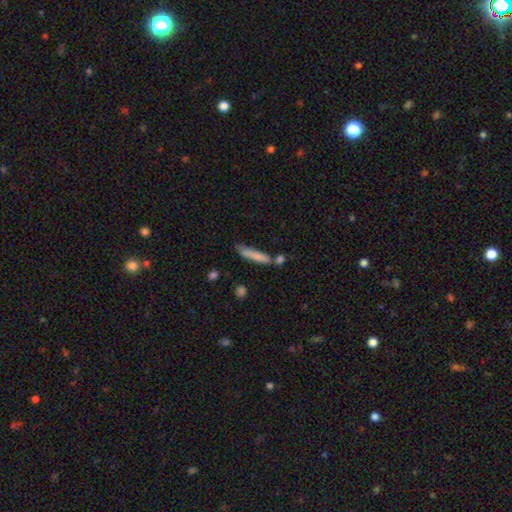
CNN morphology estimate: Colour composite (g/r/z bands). It shows a smooth galaxy with no disk features (77%) that is cigar-shaped (89%). Merging: none (63%).